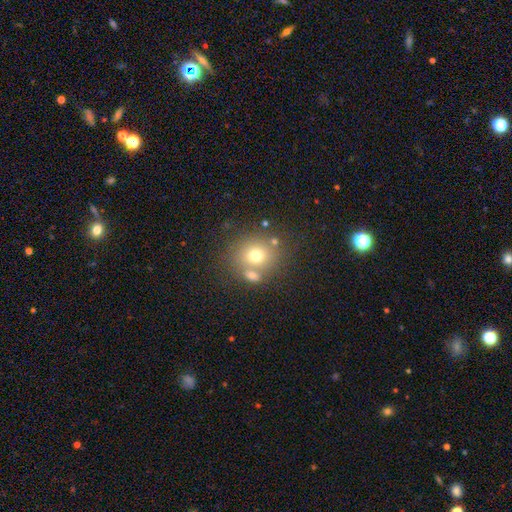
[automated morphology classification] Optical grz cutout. It shows a smooth galaxy with no disk features (70%) that is round (77%). Merging: none (60%).